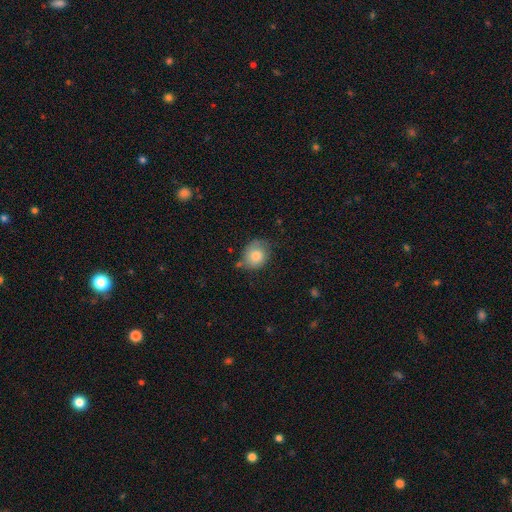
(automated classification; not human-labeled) This is likely a smooth galaxy (80%). How rounded: likely round (67%). Merging: likely none (61%).